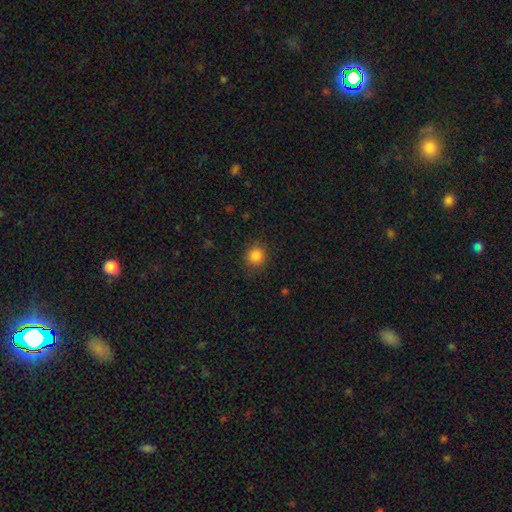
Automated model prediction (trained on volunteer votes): Overall: smooth (85%). How rounded: round (88%). Merging: none (87%).